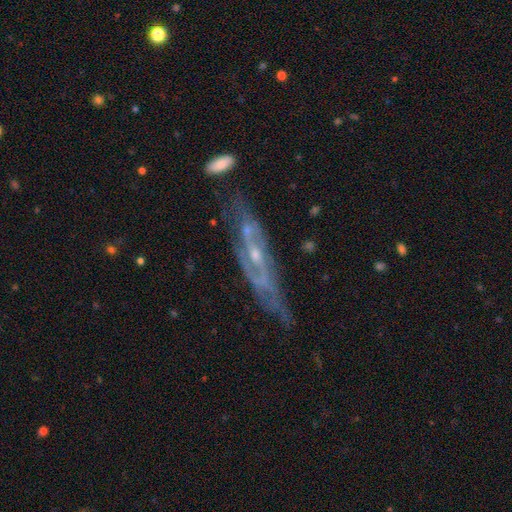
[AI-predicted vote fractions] Smooth or featured?
  - featured or disk: 79% *
  - smooth: 12%
  - star or artifact: 8%
Edge-on disk?
  - no: 60% *
  - yes: 40%
Merging?
  - none: 54% *
  - minor disturbance: 25%
  - major disturbance: 13%
  - merger: 8%